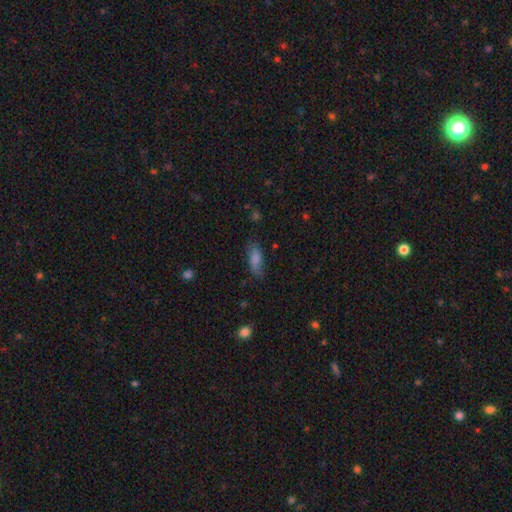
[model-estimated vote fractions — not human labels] smooth_or_featured: smooth (p=0.71) [alt: featured or disk p=0.17]
how_rounded: in between (p=0.67) [alt: cigar-shaped p=0.30]
merging: none (p=0.71) [alt: minor disturbance p=0.21]